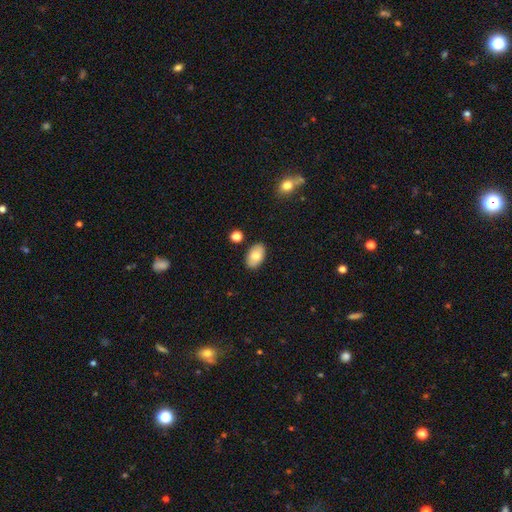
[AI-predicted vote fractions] Smooth or featured: smooth — 78% (featured or disk — 15%)
How rounded: in between — 93% (round — 6%)
Merging: none — 86% (minor disturbance — 10%)